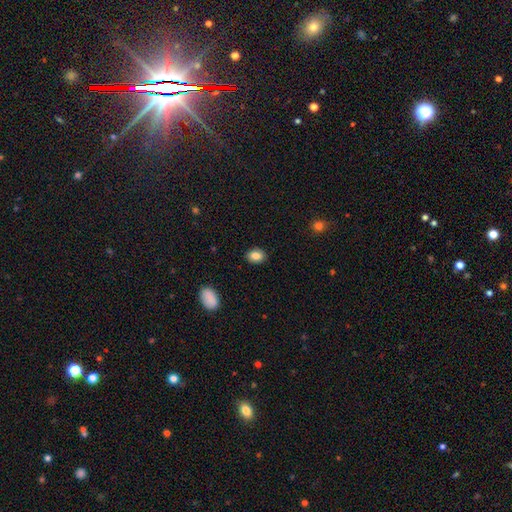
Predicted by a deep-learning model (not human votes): This is clearly a smooth galaxy (85%). How rounded: possibly in between (60%). Merging: clearly none (89%).